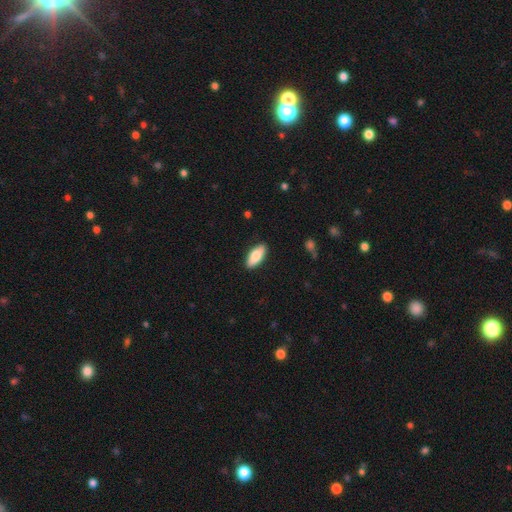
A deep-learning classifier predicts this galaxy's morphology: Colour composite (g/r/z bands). It shows a smooth galaxy with no disk features (78%) that is in between round and cigar-shaped (81%). Merging: none (88%).